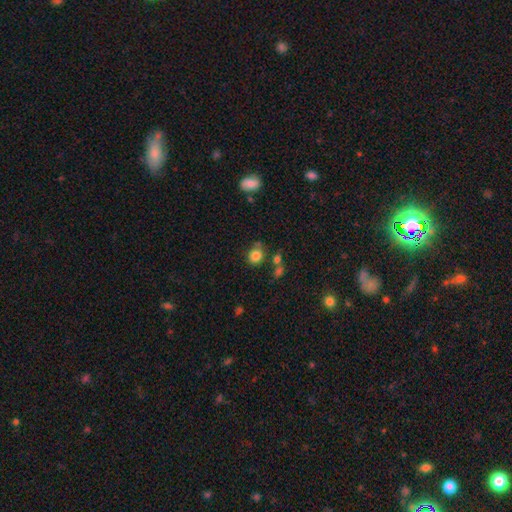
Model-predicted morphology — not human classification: smooth_or_featured: smooth (p=0.82) [alt: star or artifact p=0.12]
how_rounded: round (p=0.78) [alt: in between p=0.21]
merging: none (p=0.68) [alt: minor disturbance p=0.15]